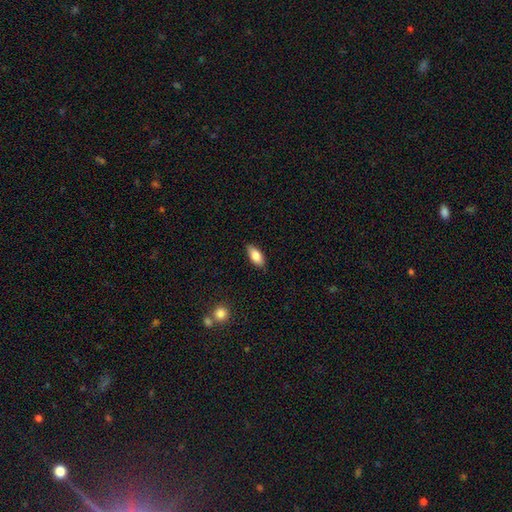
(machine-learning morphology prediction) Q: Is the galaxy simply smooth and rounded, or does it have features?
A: smooth — 80%.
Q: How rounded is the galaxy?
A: in between — 86%.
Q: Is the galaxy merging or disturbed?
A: none — 86%.